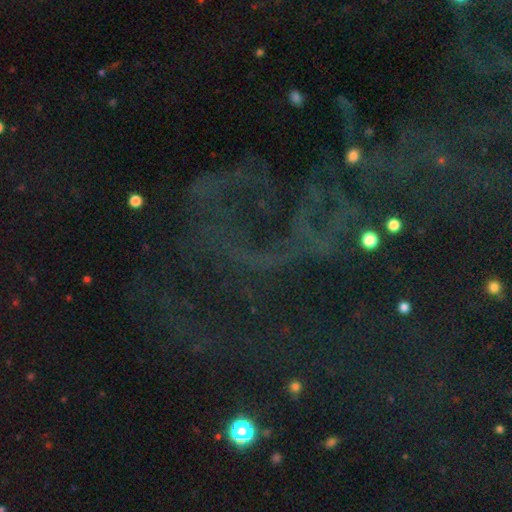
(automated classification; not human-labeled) Smooth or featured?
  - star or artifact: 61% *
  - featured or disk: 25%
  - smooth: 14%